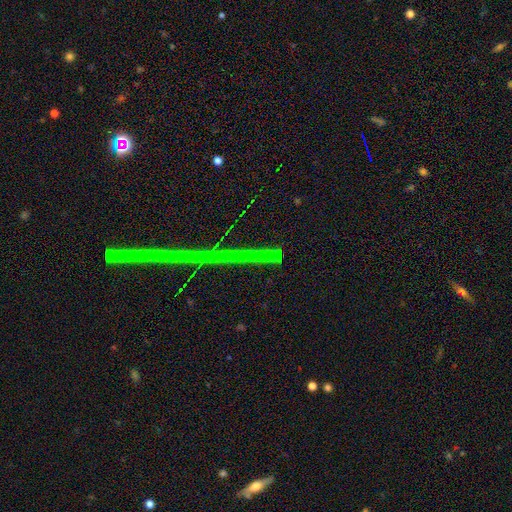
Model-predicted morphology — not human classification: smooth_or_featured: star or artifact (p=0.74) [alt: featured or disk p=0.17]